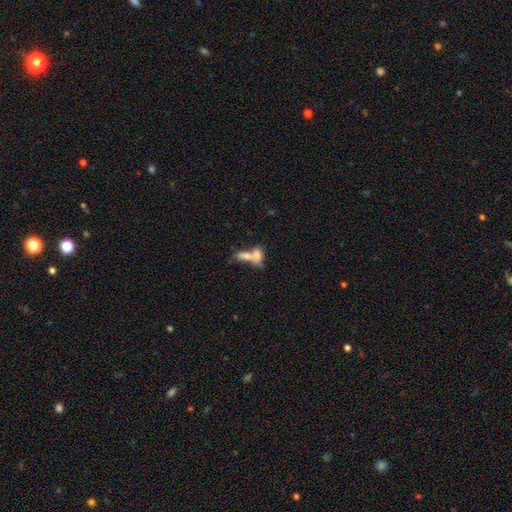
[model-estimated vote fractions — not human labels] A smooth galaxy with no disk features (68%) that is in between round and cigar-shaped (74%). Merging: merger (69%).